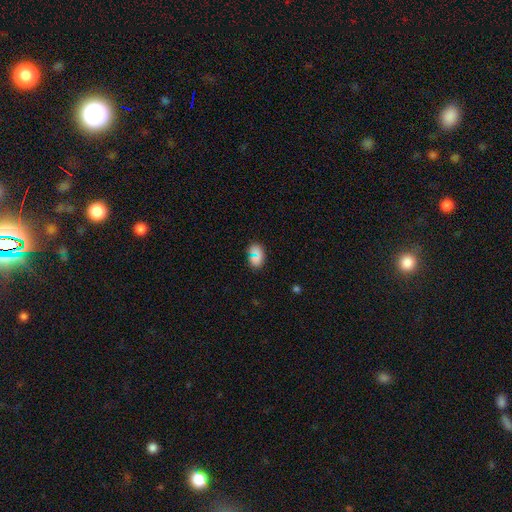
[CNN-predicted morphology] Smooth or featured: smooth — 70% (star or artifact — 20%)
How rounded: in between — 71% (round — 26%)
Merging: none — 80% (minor disturbance — 12%)